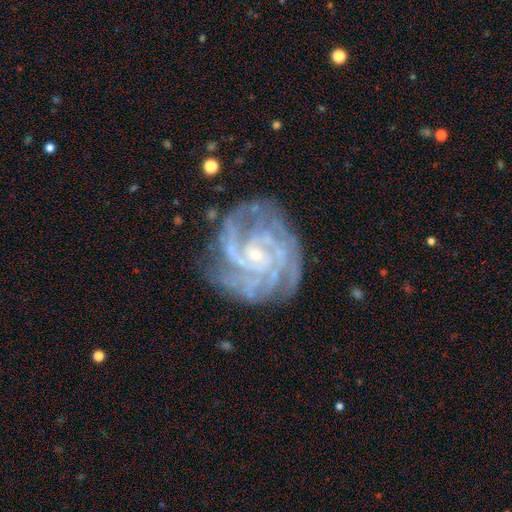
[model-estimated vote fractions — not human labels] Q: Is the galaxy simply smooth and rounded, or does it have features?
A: featured or disk — 91%.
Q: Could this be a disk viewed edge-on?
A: no — 98%.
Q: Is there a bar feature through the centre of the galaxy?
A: no — 67%.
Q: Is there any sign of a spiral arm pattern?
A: yes — 98%.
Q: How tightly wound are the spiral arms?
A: tight — 71%.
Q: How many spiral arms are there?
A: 4 — 28%.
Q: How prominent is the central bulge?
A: small — 84%.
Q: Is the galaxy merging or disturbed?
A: none — 74%.